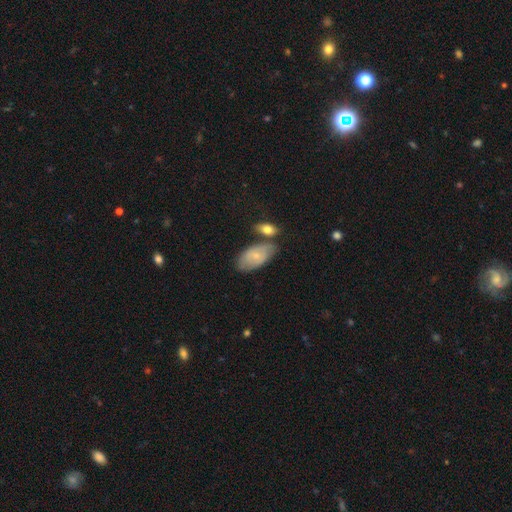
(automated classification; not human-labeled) This is likely a smooth galaxy (62%). How rounded: clearly in between (93%). Merging: possibly none (55%).